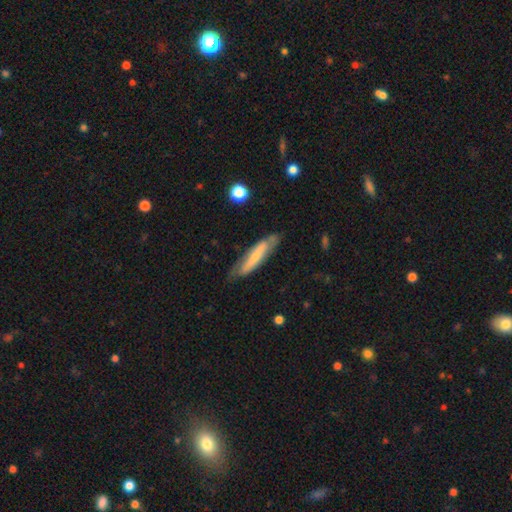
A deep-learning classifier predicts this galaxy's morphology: The model was most divided on "smooth or featured": smooth: 50%, featured or disk: 44%, star or artifact: 6%. More confident: merging — none (69%).